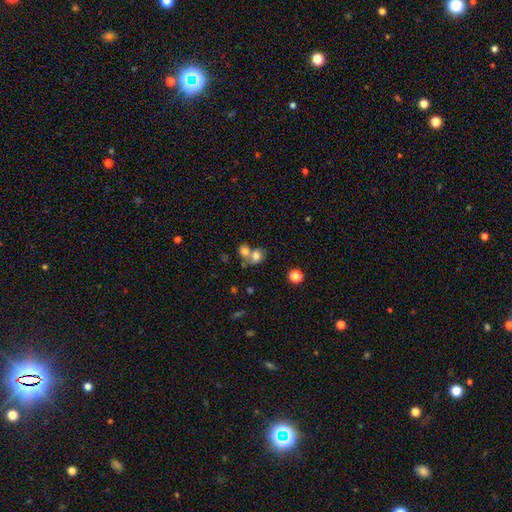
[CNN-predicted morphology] A smooth galaxy with no disk features (75%) that is round (59%). Merging: merger (56%).